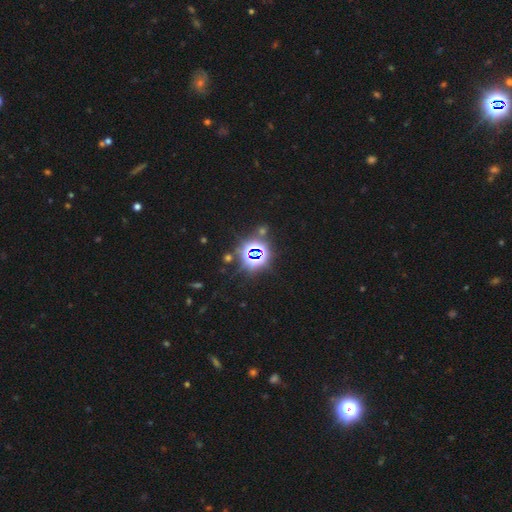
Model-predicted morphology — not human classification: Smooth or featured: star or artifact — 81% (smooth — 12%)